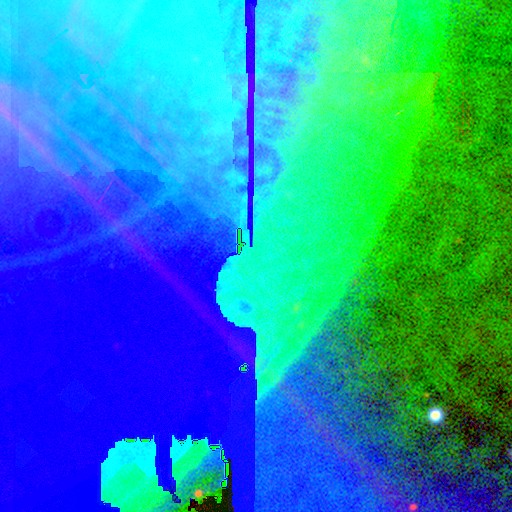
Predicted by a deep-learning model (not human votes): smooth-or-featured: star or artifact: 87% | featured or disk: 7% | smooth: 6%